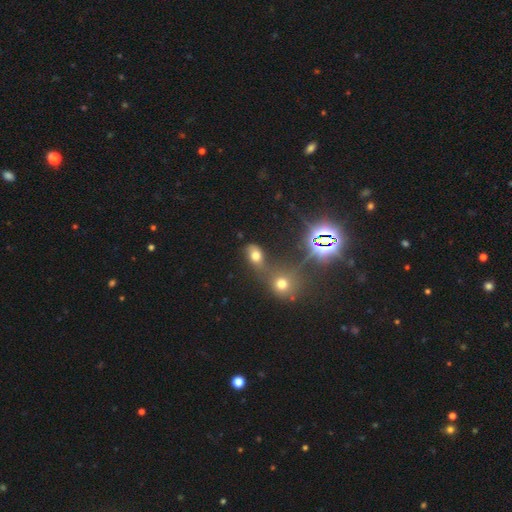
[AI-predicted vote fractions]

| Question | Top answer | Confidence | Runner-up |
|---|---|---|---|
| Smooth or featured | smooth | 62% | star or artifact (25%) |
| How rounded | in between | 70% | round (28%) |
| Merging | none | 39% | merger (38%) |